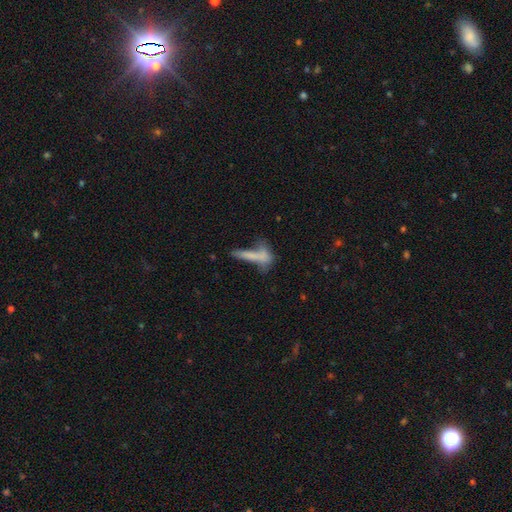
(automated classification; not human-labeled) smooth-or-featured: smooth: 61% | featured or disk: 26% | star or artifact: 13%
  how-rounded: cigar-shaped: 75% | in between: 22% | round: 3%
  merging: none: 33% | merger: 26% | major disturbance: 23% | minor disturbance: 18%